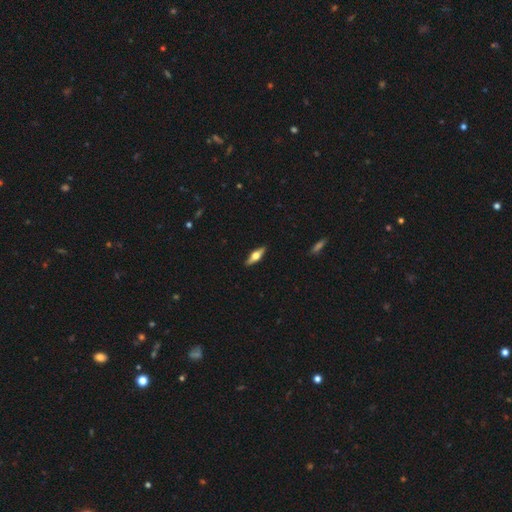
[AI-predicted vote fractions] A featured or disk galaxy (61%) viewed edge-on (95%) with a rounded central bulge (94%).

Vote fractions:
- Smooth or featured? featured or disk: 61% / smooth: 33% / star or artifact: 6%
- Edge-on disk? yes: 95% / no: 5%
- Edge-on bulge? rounded: 94% / boxy: 4% / none: 1%
- Merging? none: 90% / minor disturbance: 7% / major disturbance: 2% / merger: 1%